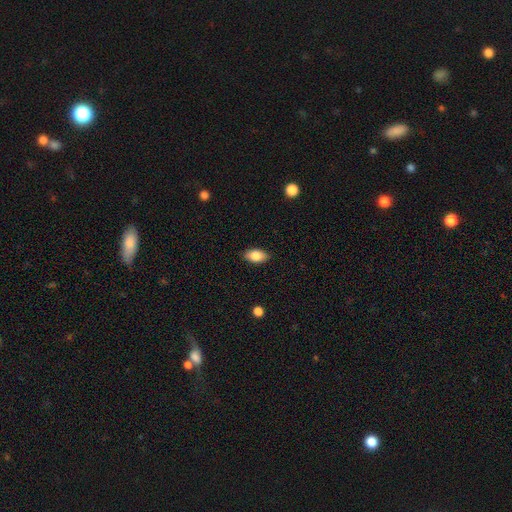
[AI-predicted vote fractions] Smooth or featured: smooth — 83% (featured or disk — 9%)
How rounded: in between — 92% (round — 6%)
Merging: none — 88% (minor disturbance — 9%)